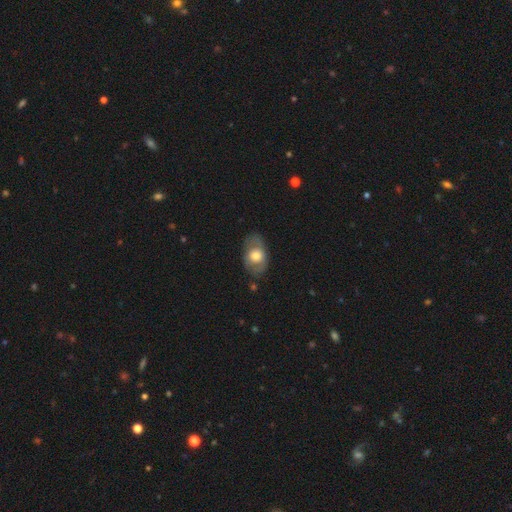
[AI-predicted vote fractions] Morphology: type=smooth (53%); roundness=in between (81%); merging=none (74%).